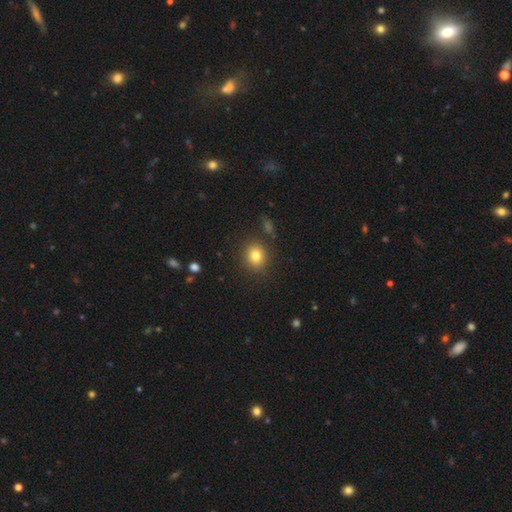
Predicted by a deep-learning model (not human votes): smooth-or-featured: smooth: 81% | star or artifact: 11% | featured or disk: 8%
  how-rounded: round: 73% | in between: 26% | cigar-shaped: 1%
  merging: none: 85% | minor disturbance: 9% | major disturbance: 3% | merger: 3%